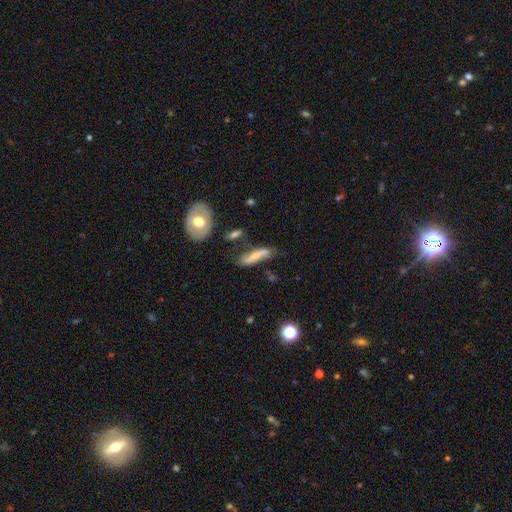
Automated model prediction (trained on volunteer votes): This appears to be a smooth galaxy with no disk features (52%) that is cigar-shaped (65%). Merging: none (50%).